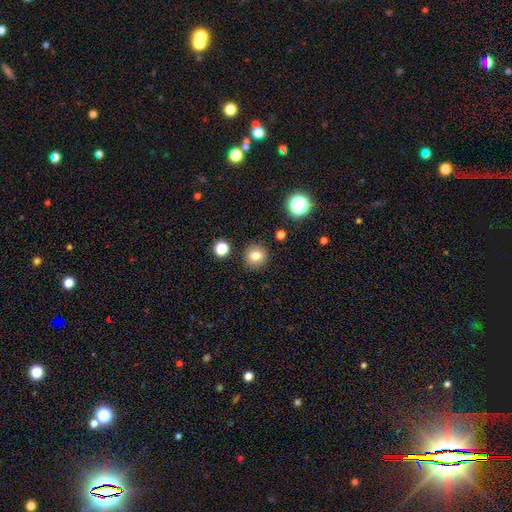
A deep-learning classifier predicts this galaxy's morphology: This is likely a smooth galaxy (80%). How rounded: clearly round (92%). Merging: clearly none (88%).